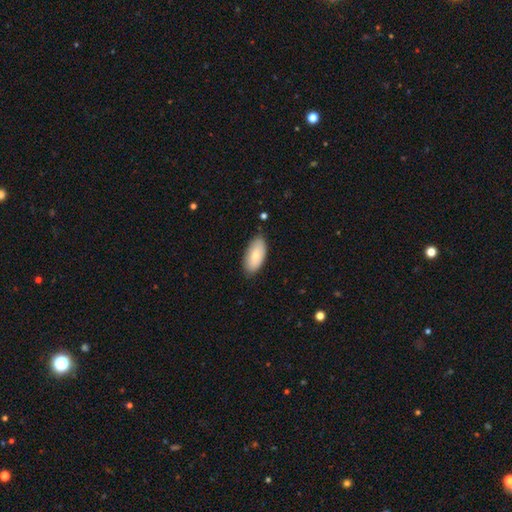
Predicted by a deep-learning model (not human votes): This appears to be a smooth galaxy with no disk features (79%) that is in between round and cigar-shaped (93%). Merging: none (81%).